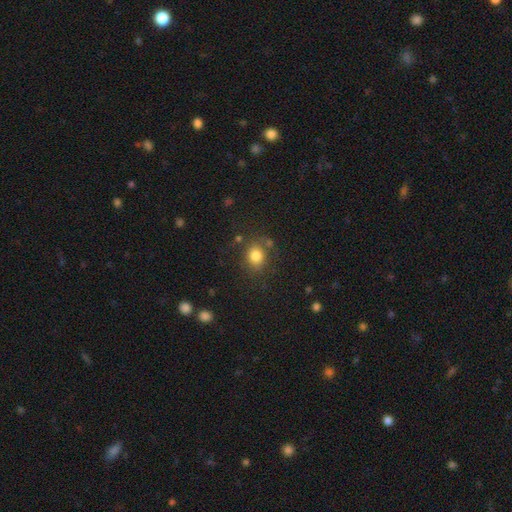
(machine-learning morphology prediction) This is clearly a smooth galaxy (81%). How rounded: likely round (66%). Merging: likely none (75%).